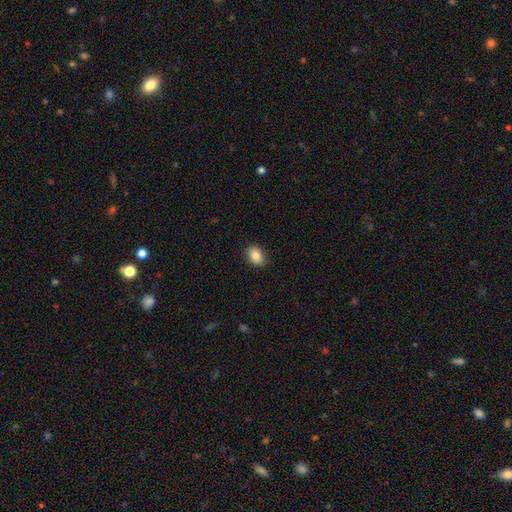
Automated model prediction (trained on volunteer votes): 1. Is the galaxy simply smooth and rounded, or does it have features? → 84% smooth, 8% star or artifact, 8% featured or disk.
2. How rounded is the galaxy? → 78% in between, 21% round, 1% cigar-shaped.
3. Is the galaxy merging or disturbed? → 88% none, 9% minor disturbance, 2% major disturbance, 1% merger.